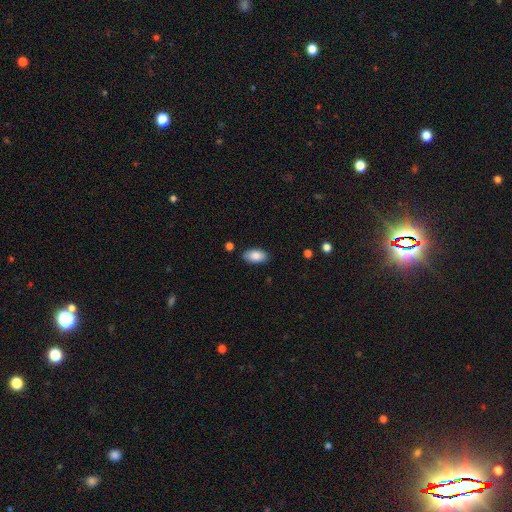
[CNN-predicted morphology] Smooth or featured: smooth — 87% (star or artifact — 7%)
How rounded: in between — 95% (round — 3%)
Merging: none — 86% (minor disturbance — 10%)